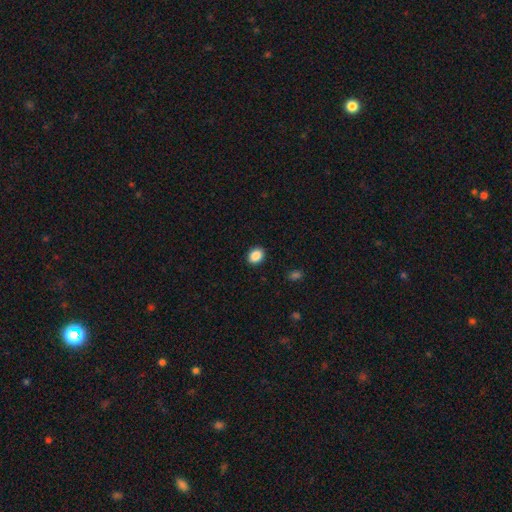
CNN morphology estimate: smooth 88%, star or artifact 9%, featured or disk 3%. Down the decision tree: how rounded — in between (56%); merging — none (91%).